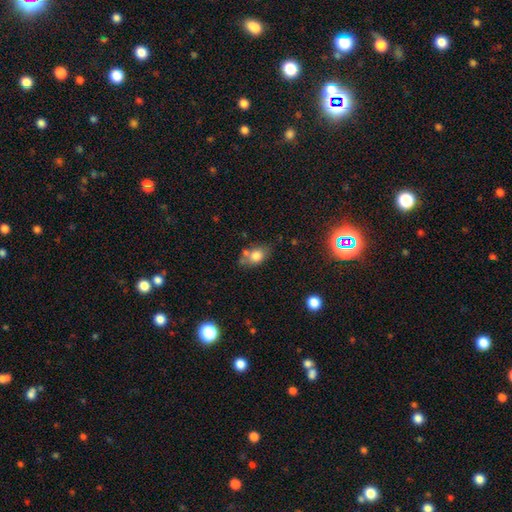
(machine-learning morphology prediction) This appears to be a smooth galaxy with no disk features (75%) that is in between round and cigar-shaped (76%). Merging: none (51%).